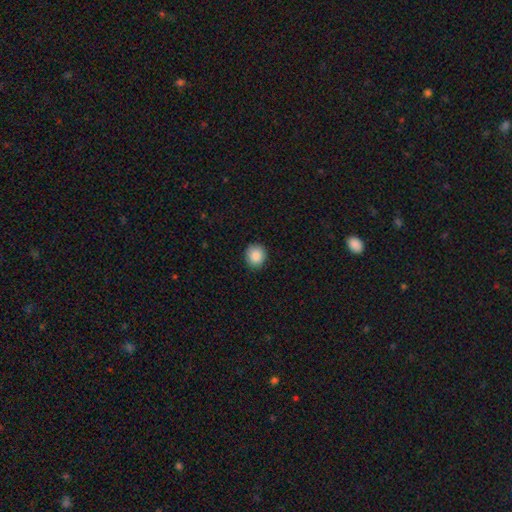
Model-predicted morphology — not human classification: This is clearly a smooth galaxy (88%). How rounded: clearly round (85%). Merging: clearly none (89%).